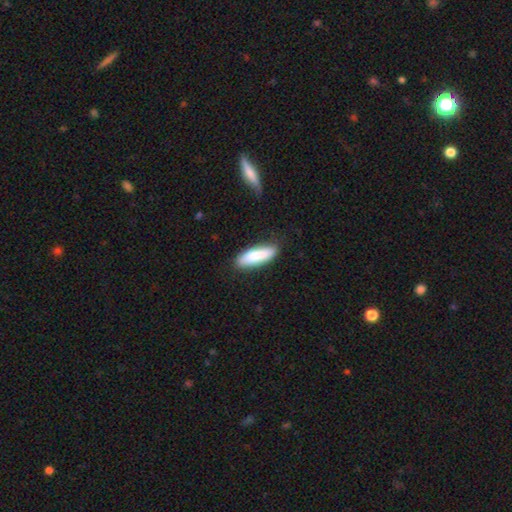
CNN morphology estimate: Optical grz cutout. It shows a smooth galaxy with no disk features (80%) that is cigar-shaped (50%). Merging: none (81%).